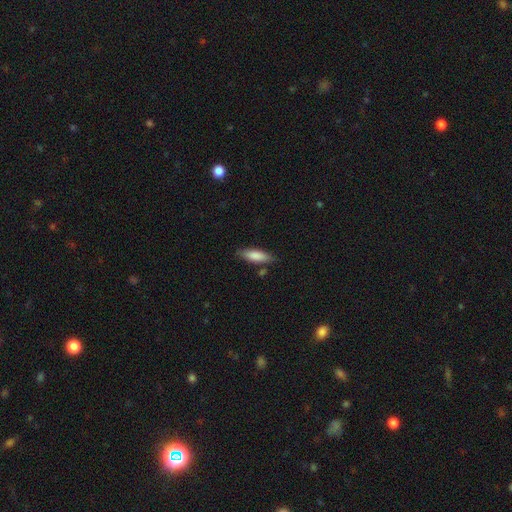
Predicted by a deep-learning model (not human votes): The model was most divided on "how rounded": in between: 50%, cigar-shaped: 48%, round: 2%. More confident: smooth or featured — smooth (82%); merging — none (79%).